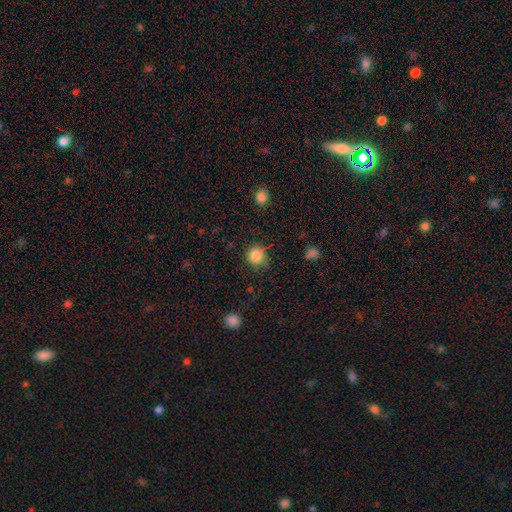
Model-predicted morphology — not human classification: Smooth or featured? Predicted: smooth (p=0.83). How rounded? Predicted: round (p=0.85). Merging? Predicted: none (p=0.72).